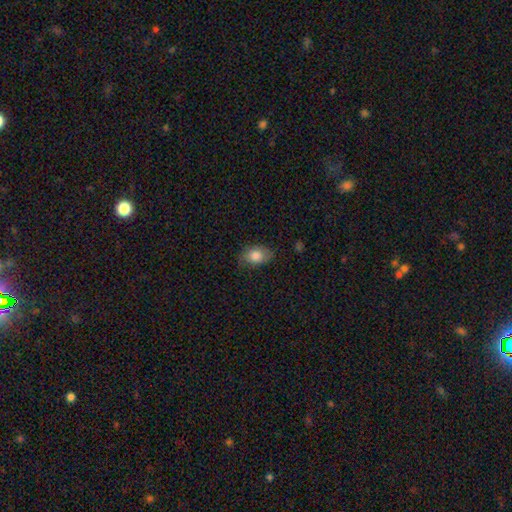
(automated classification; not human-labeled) Smooth or featured?
  - smooth: 82% *
  - featured or disk: 10%
  - star or artifact: 8%
How rounded?
  - in between: 83% *
  - round: 15%
  - cigar-shaped: 2%
Merging?
  - none: 75% *
  - minor disturbance: 19%
  - major disturbance: 4%
  - merger: 1%